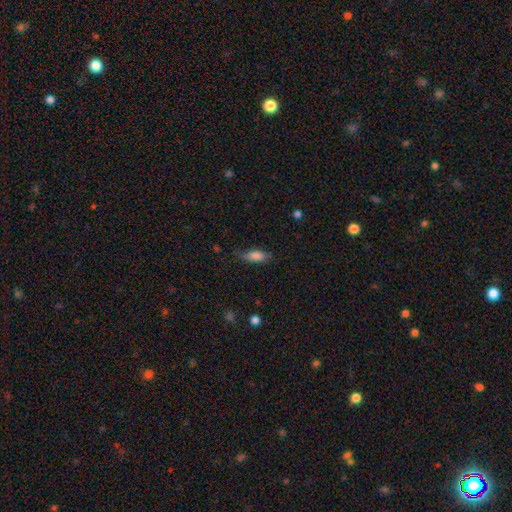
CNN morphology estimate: type=smooth (80%); roundness=in between (69%); merging=none (67%).